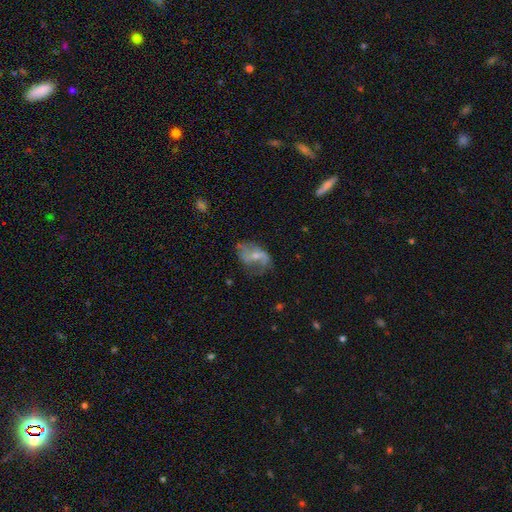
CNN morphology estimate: Smooth or featured?
  - featured or disk: 56% *
  - smooth: 35%
  - star or artifact: 9%
Edge-on disk?
  - no: 95% *
  - yes: 5%
Bar?
  - no: 47% *
  - weak: 37%
  - strong: 16%
Spiral arms?
  - yes: 59% *
  - no: 41%
Bulge size?
  - small: 56% *
  - moderate: 34%
  - none: 7%
  - large: 2%
  - dominant: 1%
Merging?
  - none: 41% *
  - minor disturbance: 29%
  - major disturbance: 27%
  - merger: 3%